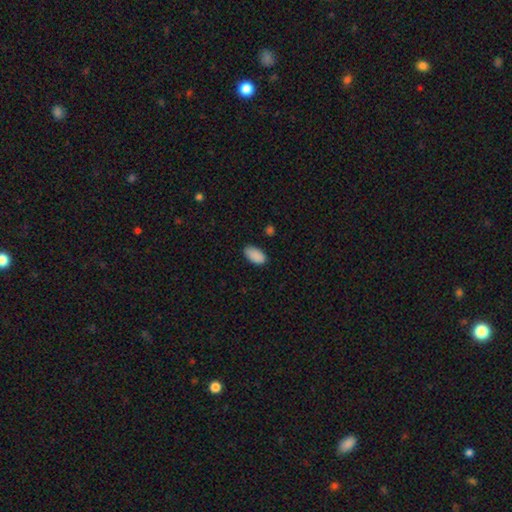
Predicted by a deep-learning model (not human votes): This appears to be a smooth galaxy with no disk features (89%) that is in between round and cigar-shaped (94%). Merging: none (81%).